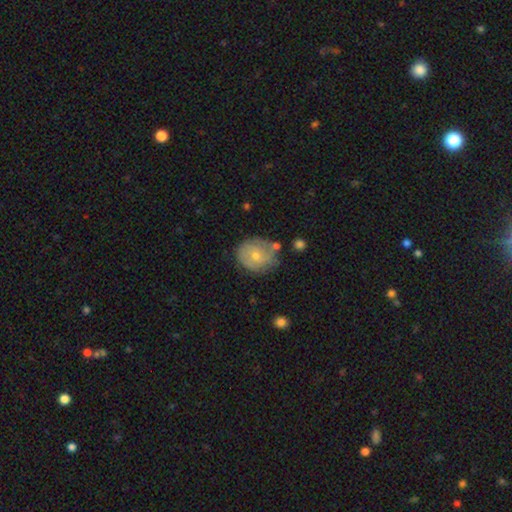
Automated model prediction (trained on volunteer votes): Smooth or featured? smooth (59%)
How rounded? round (73%)
Merging? none (61%)